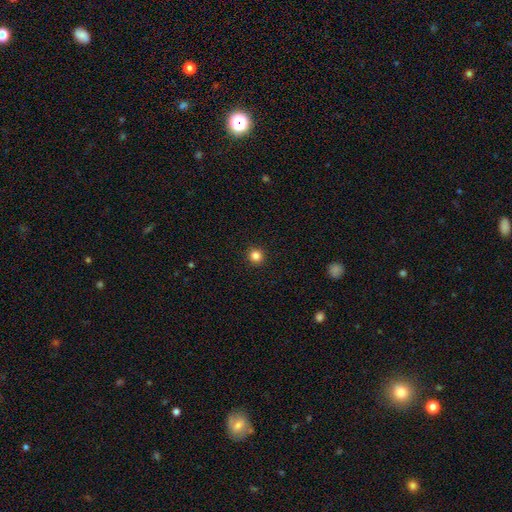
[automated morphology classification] smooth 84%, star or artifact 12%, featured or disk 4%. Down the decision tree: how rounded — round (95%); merging — none (93%).